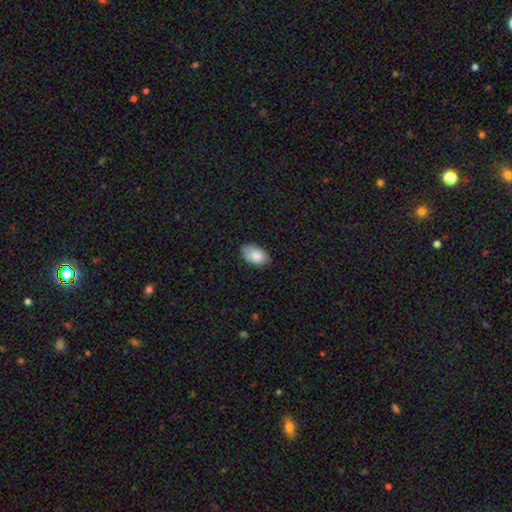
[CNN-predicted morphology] Smooth or featured? smooth (85%)
How rounded? in between (93%)
Merging? none (75%)